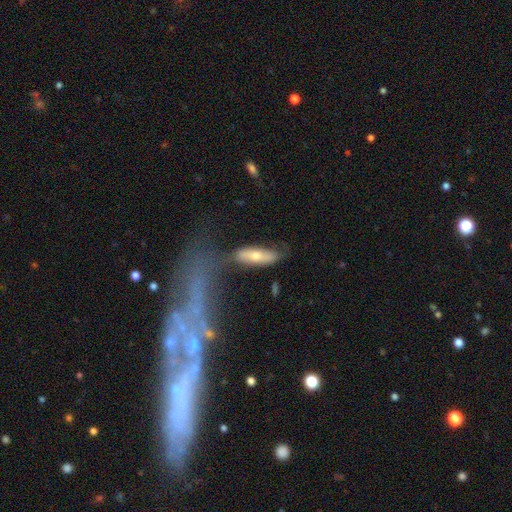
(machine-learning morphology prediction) A smooth galaxy with no disk features (56%) that is in between round and cigar-shaped (50%).

Vote fractions:
- Smooth or featured? smooth: 56% / featured or disk: 38% / star or artifact: 7%
- How rounded? in between: 50% / cigar-shaped: 47% / round: 3%
- Merging? none: 58% / minor disturbance: 21% / merger: 11% / major disturbance: 10%